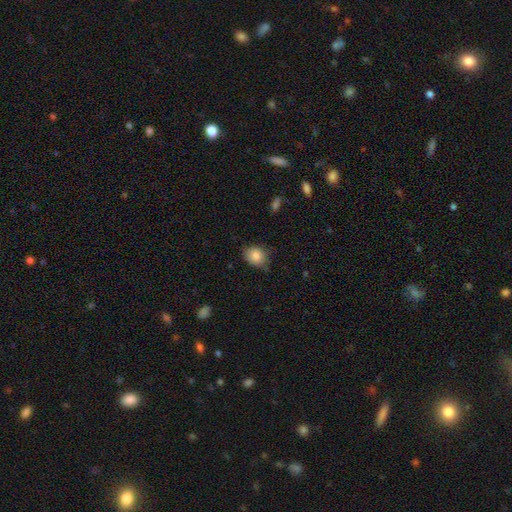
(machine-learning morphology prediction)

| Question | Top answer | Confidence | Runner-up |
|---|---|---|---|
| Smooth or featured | smooth | 85% | star or artifact (9%) |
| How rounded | round | 57% | in between (42%) |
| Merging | none | 71% | minor disturbance (24%) |